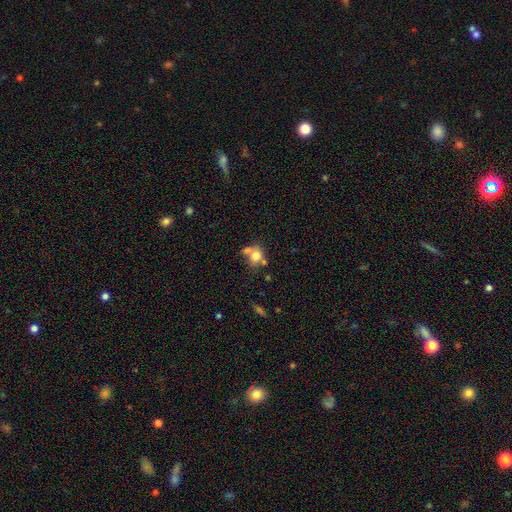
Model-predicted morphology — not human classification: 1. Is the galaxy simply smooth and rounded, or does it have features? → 73% smooth, 17% featured or disk, 11% star or artifact.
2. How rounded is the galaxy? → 56% round, 42% in between, 2% cigar-shaped.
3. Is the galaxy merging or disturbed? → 40% merger, 34% none, 16% minor disturbance, 11% major disturbance.